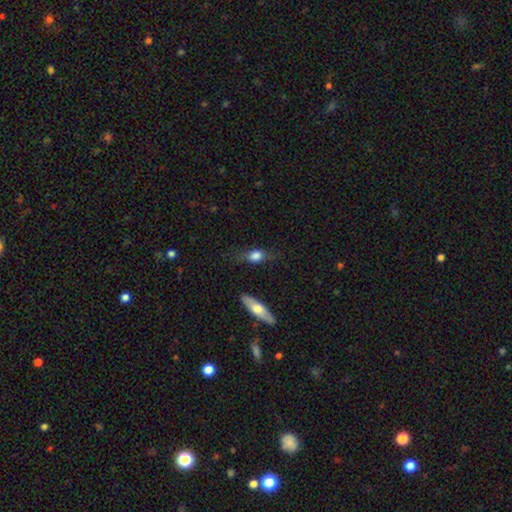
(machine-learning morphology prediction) Smooth or featured? Predicted: smooth (p=0.66). How rounded? Predicted: in between (p=0.61). Merging? Predicted: none (p=0.67).